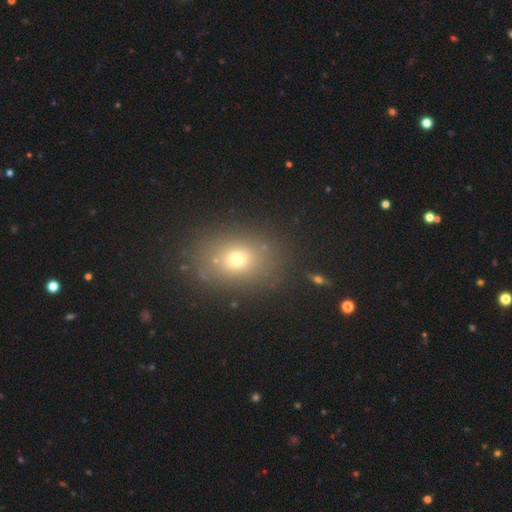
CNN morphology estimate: A smooth galaxy with no disk features (65%) that is in between round and cigar-shaped (53%).

Vote fractions:
- Smooth or featured? smooth: 65% / star or artifact: 22% / featured or disk: 13%
- How rounded? in between: 53% / round: 45% / cigar-shaped: 1%
- Merging? none: 84% / minor disturbance: 9% / major disturbance: 4% / merger: 3%